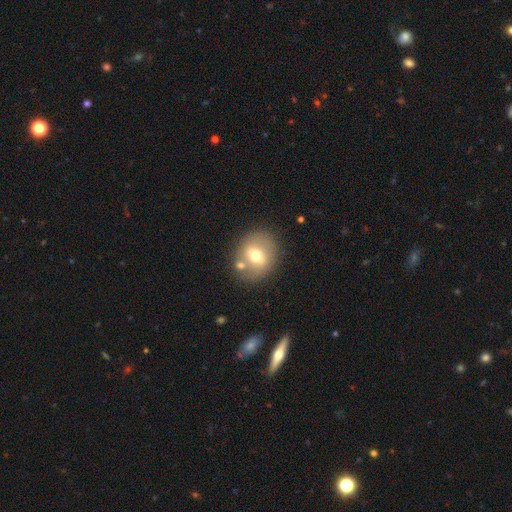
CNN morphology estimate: smooth 55%, featured or disk 35%, star or artifact 9%. Down the decision tree: how rounded — round (67%); merging — none (72%).